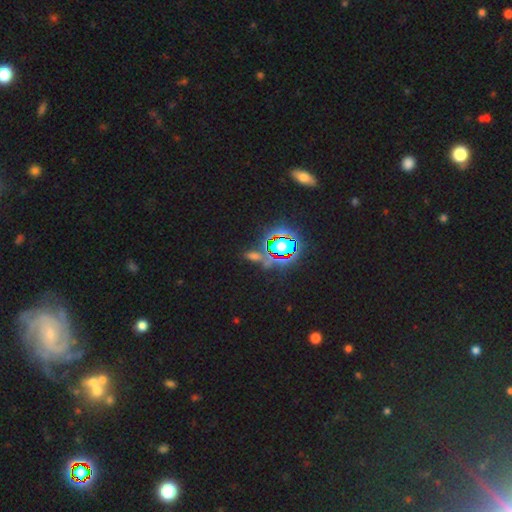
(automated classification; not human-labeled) This is likely a star or artifact rather than a galaxy (65%).